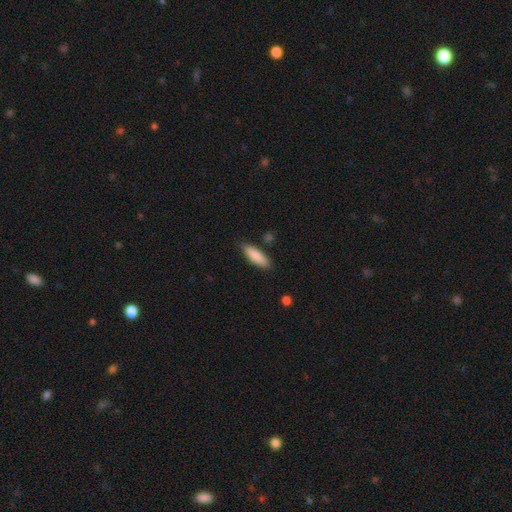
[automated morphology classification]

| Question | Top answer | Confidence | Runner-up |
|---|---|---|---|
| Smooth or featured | smooth | 85% | featured or disk (9%) |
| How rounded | in between | 52% | cigar-shaped (47%) |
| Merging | none | 83% | minor disturbance (12%) |